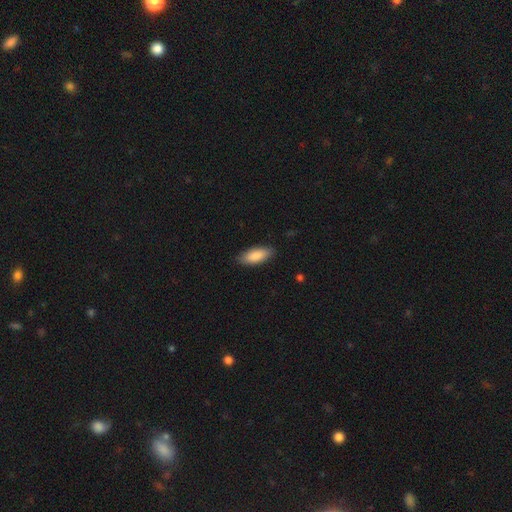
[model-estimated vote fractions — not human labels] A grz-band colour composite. It shows a smooth galaxy with no disk features (87%) that is in between round and cigar-shaped (78%). Merging: none (86%).